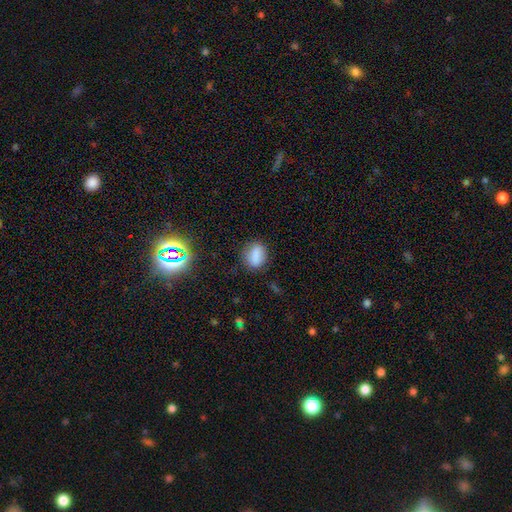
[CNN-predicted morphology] Smooth or featured? smooth (81%)
How rounded? in between (65%)
Merging? none (78%)